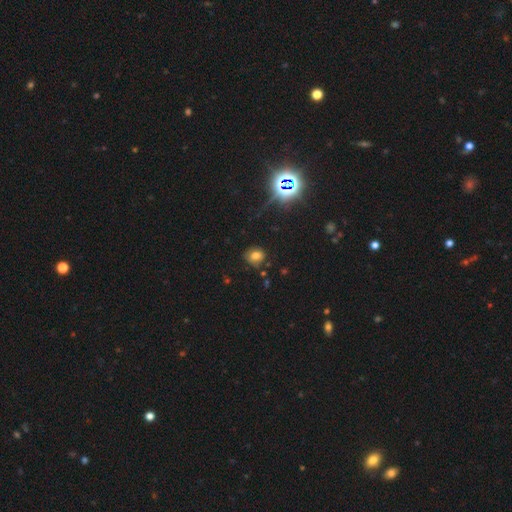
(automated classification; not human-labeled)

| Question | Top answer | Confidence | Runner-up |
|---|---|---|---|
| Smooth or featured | smooth | 70% | star or artifact (19%) |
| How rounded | round | 61% | in between (38%) |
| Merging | none | 77% | minor disturbance (15%) |